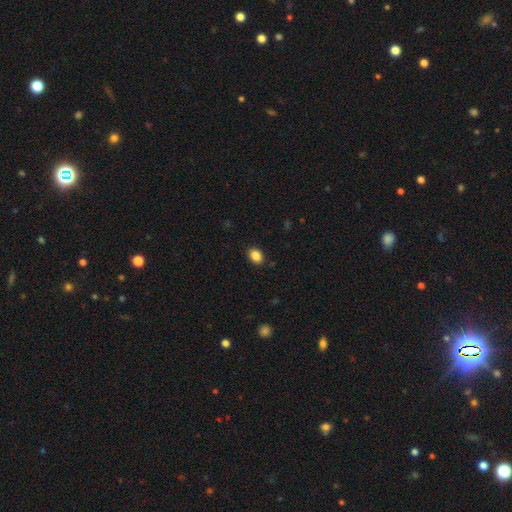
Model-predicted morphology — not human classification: Smooth or featured? Predicted: smooth (p=0.87). How rounded? Predicted: in between (p=0.71). Merging? Predicted: none (p=0.89).